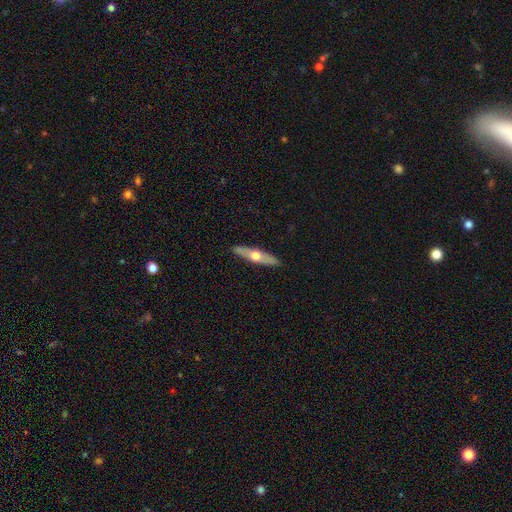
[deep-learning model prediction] smooth_or_featured: featured or disk (p=0.53) [alt: smooth p=0.42]
disk_edge_on: yes (p=0.86) [alt: no p=0.14]
merging: none (p=0.90) [alt: minor disturbance p=0.07]